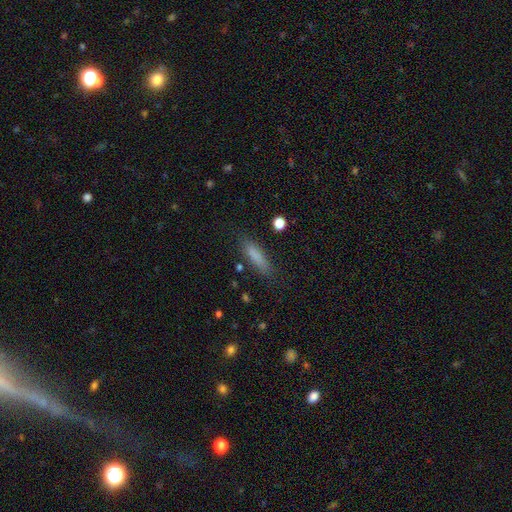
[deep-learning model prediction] Q: Smooth or featured?
A: smooth (81%); runner-up: featured or disk (10%)
Q: How rounded?
A: cigar-shaped (72%); runner-up: in between (26%)
Q: Merging?
A: none (82%); runner-up: minor disturbance (13%)